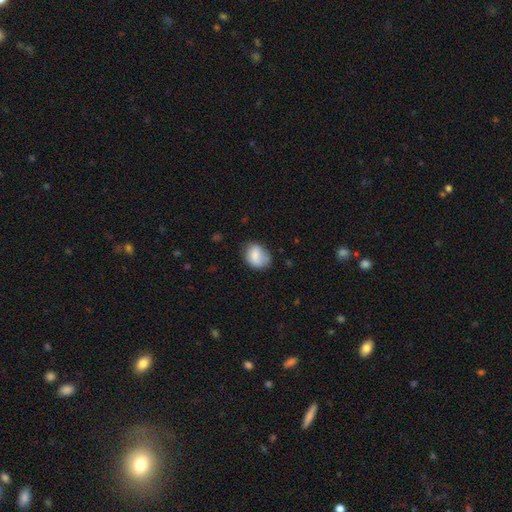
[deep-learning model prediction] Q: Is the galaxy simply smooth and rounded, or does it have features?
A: smooth — 78%.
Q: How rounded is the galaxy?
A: in between — 52%.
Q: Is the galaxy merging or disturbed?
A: none — 59%.